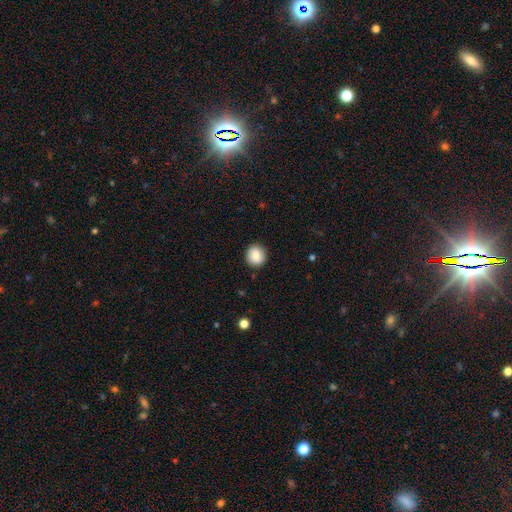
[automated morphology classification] This is clearly a smooth galaxy (84%). How rounded: clearly round (91%). Merging: clearly none (90%).